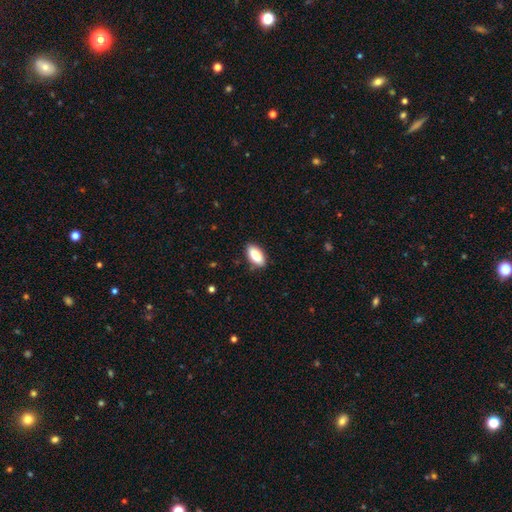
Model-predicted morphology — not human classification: smooth_or_featured: smooth (p=0.85) [alt: featured or disk p=0.08]
how_rounded: in between (p=0.89) [alt: cigar-shaped p=0.09]
merging: none (p=0.87) [alt: minor disturbance p=0.10]